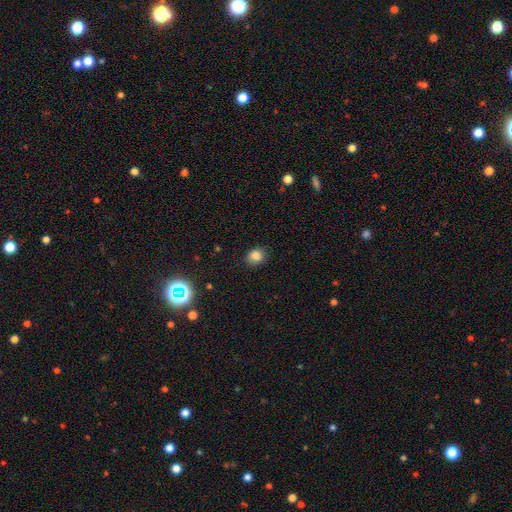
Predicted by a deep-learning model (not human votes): This appears to be a smooth galaxy with no disk features (82%) that is round (64%). Merging: none (85%).